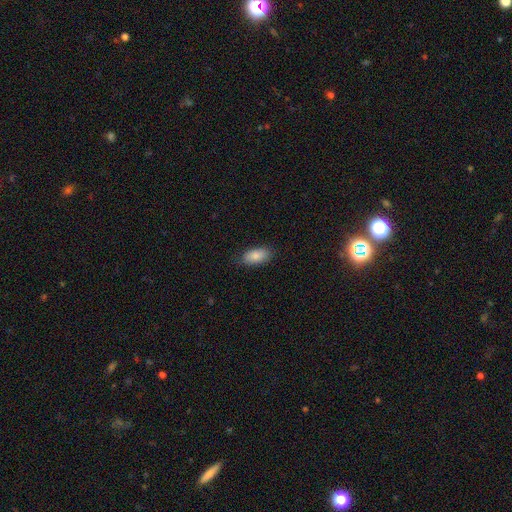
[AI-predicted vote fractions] Q: Smooth or featured?
A: smooth (85%); runner-up: featured or disk (8%)
Q: How rounded?
A: in between (92%); runner-up: cigar-shaped (5%)
Q: Merging?
A: none (82%); runner-up: minor disturbance (14%)